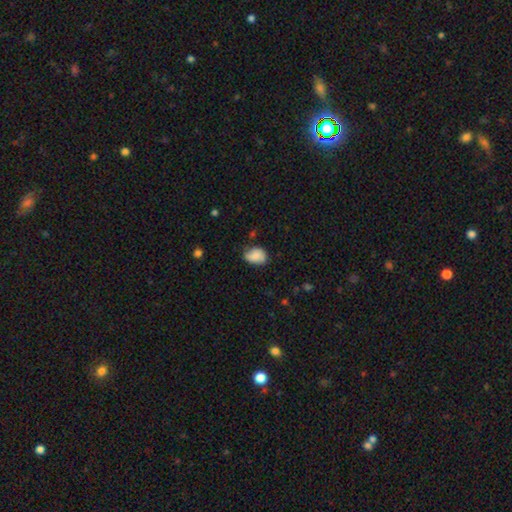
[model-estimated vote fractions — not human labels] Overall: smooth (80%). How rounded: in between (70%). Merging: none (58%; minor disturbance 32%).